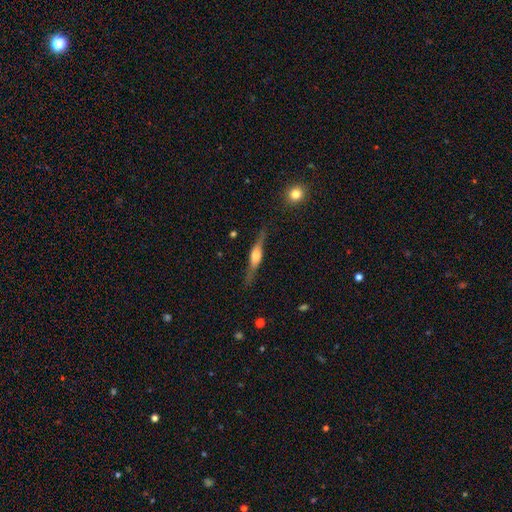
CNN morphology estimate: Smooth or featured? Predicted: featured or disk (p=0.69). Edge-on disk? Predicted: yes (p=0.94). Edge-on bulge? Predicted: rounded (p=0.83). Merging? Predicted: none (p=0.80).